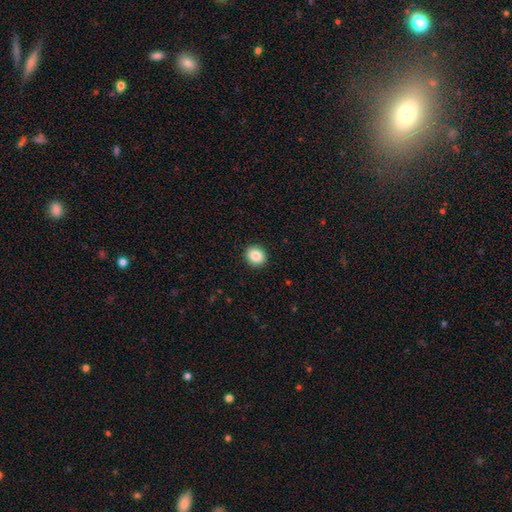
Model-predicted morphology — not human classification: smooth-or-featured: smooth: 86% | star or artifact: 9% | featured or disk: 5%
  how-rounded: round: 78% | in between: 22% | cigar-shaped: 1%
  merging: none: 92% | minor disturbance: 5% | major disturbance: 2% | merger: 1%